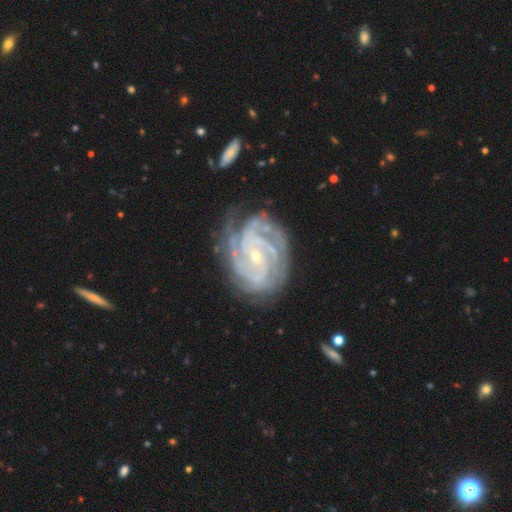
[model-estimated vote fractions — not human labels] Smooth or featured: featured or disk — 92% (star or artifact — 5%)
Edge-on disk: no — 97% (yes — 3%)
Bar: no — 50% (weak — 35%)
Spiral arms: yes — 98% (no — 2%)
Spiral winding: tight — 75% (medium — 22%)
Spiral arm count: 4 — 27% (3 — 26%)
Bulge size: small — 77% (moderate — 19%)
Merging: none — 71% (minor disturbance — 20%)